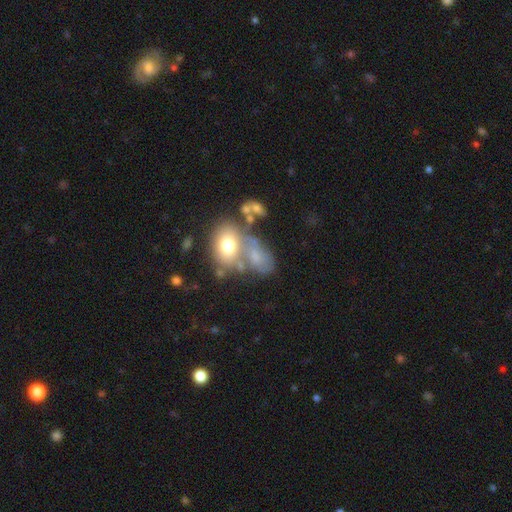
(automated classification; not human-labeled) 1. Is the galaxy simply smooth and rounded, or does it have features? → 56% smooth, 31% featured or disk, 13% star or artifact.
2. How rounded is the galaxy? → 76% in between, 22% round, 2% cigar-shaped.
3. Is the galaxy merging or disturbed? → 46% merger, 27% none, 14% minor disturbance, 13% major disturbance.